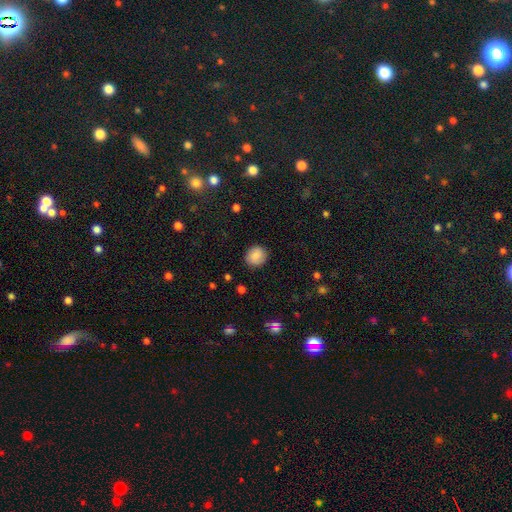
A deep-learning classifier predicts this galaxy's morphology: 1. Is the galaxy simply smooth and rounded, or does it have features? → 84% smooth, 8% star or artifact, 8% featured or disk.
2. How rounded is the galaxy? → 84% round, 15% in between, 1% cigar-shaped.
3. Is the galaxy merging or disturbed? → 88% none, 9% minor disturbance, 2% major disturbance, 1% merger.